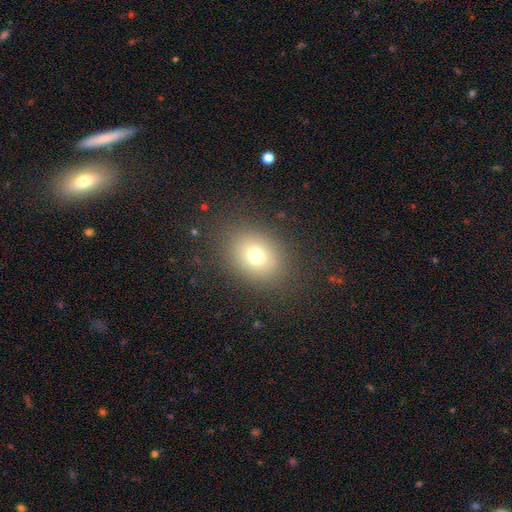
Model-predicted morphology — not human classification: Smooth or featured? smooth (73%)
How rounded? round (51%)
Merging? none (85%)